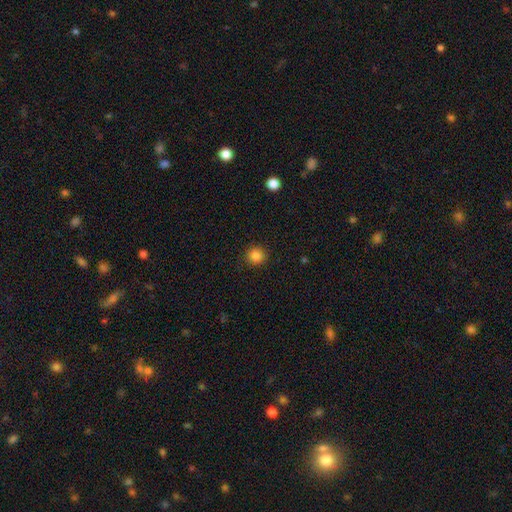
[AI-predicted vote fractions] Smooth or featured? smooth (86%)
How rounded? round (93%)
Merging? none (91%)